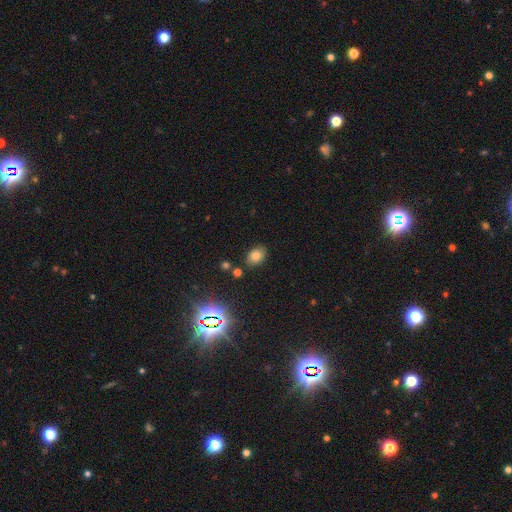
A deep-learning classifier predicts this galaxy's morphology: A smooth galaxy with no disk features (76%) that is in between round and cigar-shaped (77%).

Vote fractions:
- Smooth or featured? smooth: 76% / star or artifact: 16% / featured or disk: 8%
- How rounded? in between: 77% / round: 22% / cigar-shaped: 1%
- Merging? none: 81% / minor disturbance: 12% / merger: 4% / major disturbance: 3%